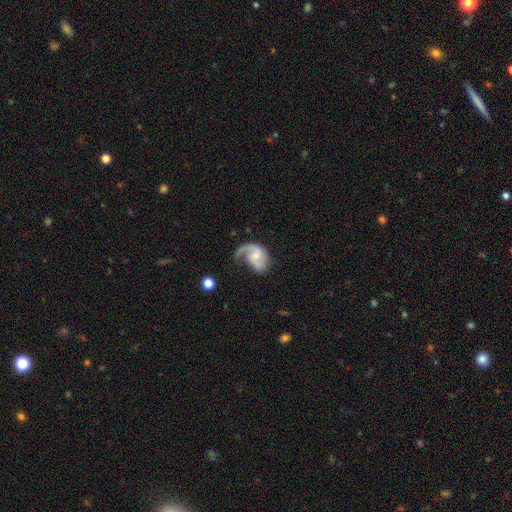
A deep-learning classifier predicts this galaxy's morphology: This is likely a featured or disk galaxy (77%). It is clearly not viewed edge-on (98%). Bar: possibly no (55%). Spiral arm pattern: clearly yes (92%). Spiral arm count: possibly 1 (49%). Spiral winding: possibly loose (47%). Central bulge: possibly small (52%). Merging: marginally none (37%).